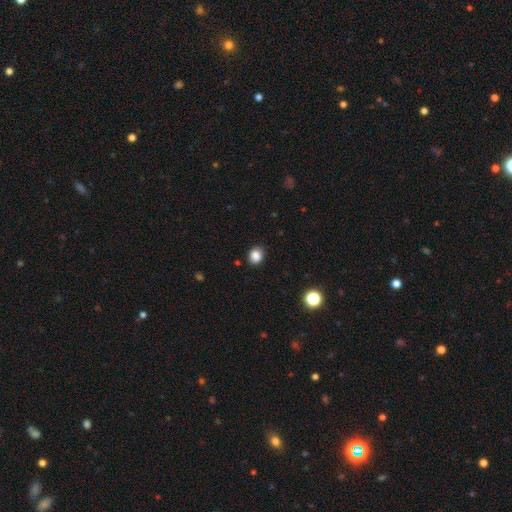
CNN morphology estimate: This is clearly a smooth galaxy (86%). How rounded: likely round (65%). Merging: clearly none (86%).